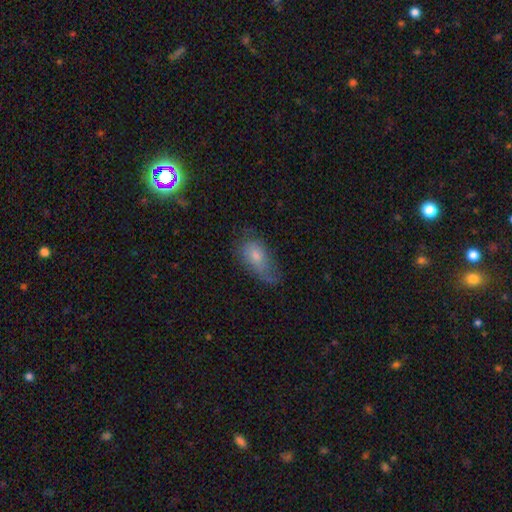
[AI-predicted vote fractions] smooth_or_featured: smooth (p=0.59) [alt: featured or disk p=0.29]
how_rounded: in between (p=0.86) [alt: round p=0.07]
merging: none (p=0.43) [alt: minor disturbance p=0.33]